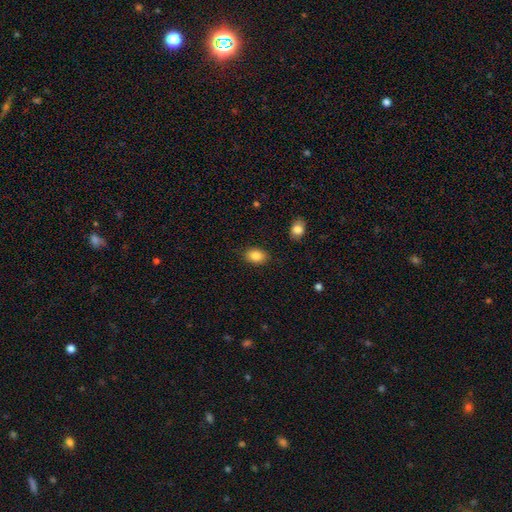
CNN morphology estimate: The model was most divided on "how rounded": in between: 82%, round: 17%, cigar-shaped: 1%. More confident: smooth or featured — smooth (86%); merging — none (85%).